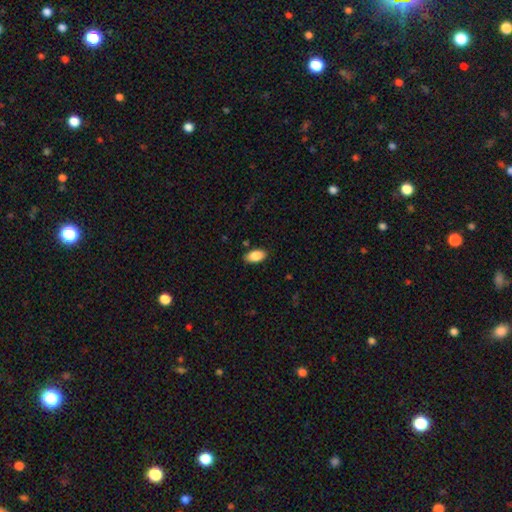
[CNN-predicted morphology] type=smooth (89%); roundness=in between (94%); merging=none (84%).